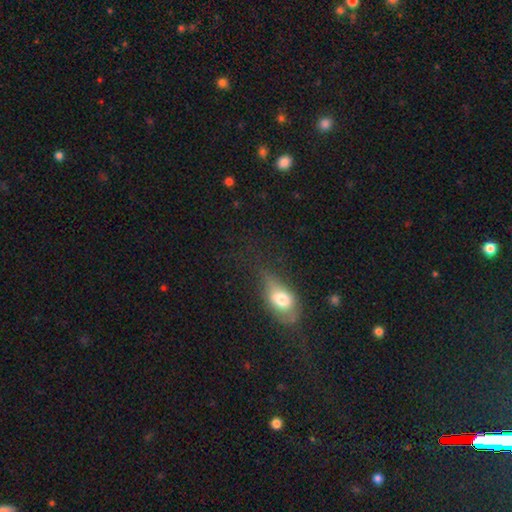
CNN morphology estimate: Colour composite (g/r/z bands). It shows a smooth galaxy with no disk features (45%). Merging: none (73%).